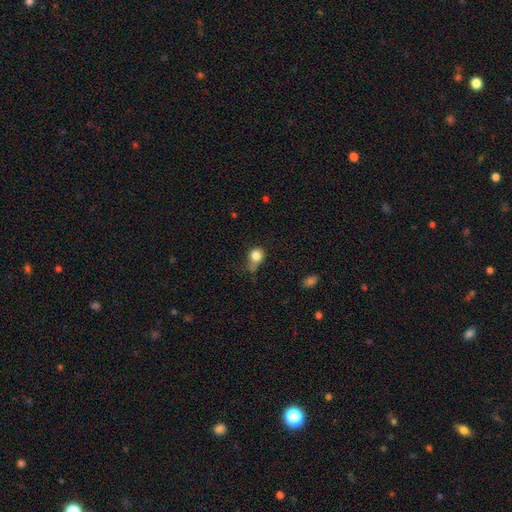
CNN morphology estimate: smooth_or_featured: smooth (p=0.81) [alt: star or artifact p=0.10]
how_rounded: round (p=0.64) [alt: in between p=0.34]
merging: minor disturbance (p=0.37) [alt: none p=0.36]